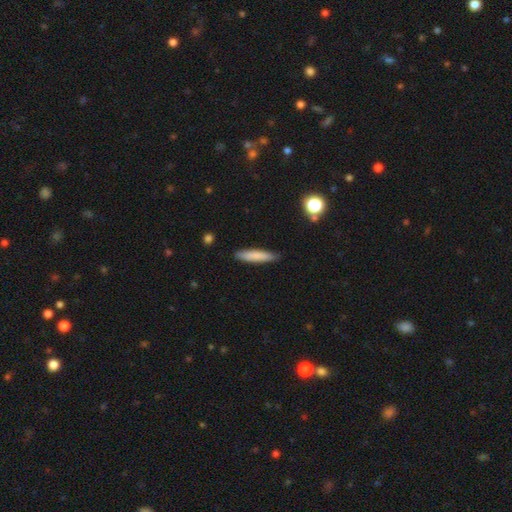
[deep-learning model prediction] This appears to be a smooth galaxy with no disk features (80%) that is cigar-shaped (86%). Merging: none (85%).